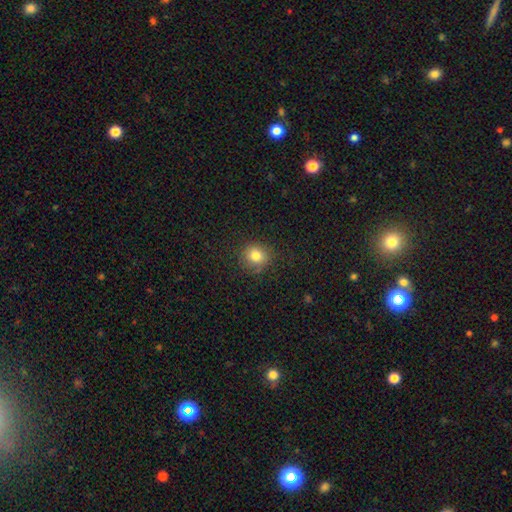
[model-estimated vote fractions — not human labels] This is clearly a smooth galaxy (80%). How rounded: clearly round (85%). Merging: clearly none (83%).